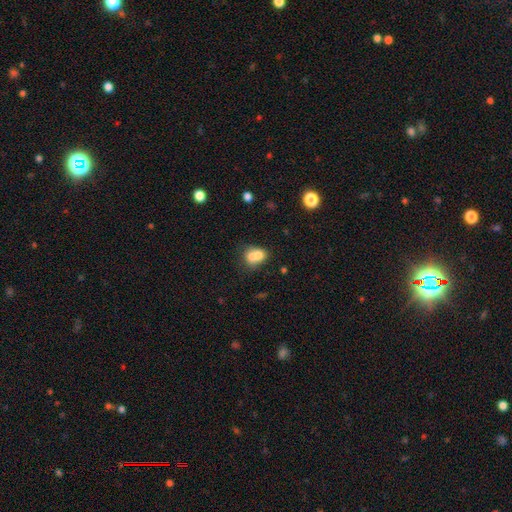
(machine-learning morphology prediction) Overall: smooth (71%). How rounded: round (55%; in between 44%). Merging: merger (63%; none 24%).